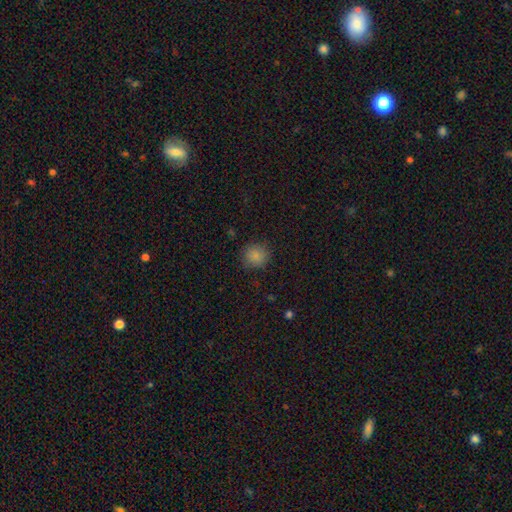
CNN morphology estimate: smooth_or_featured: smooth (p=0.84) [alt: star or artifact p=0.11]
how_rounded: round (p=0.89) [alt: in between p=0.10]
merging: none (p=0.85) [alt: minor disturbance p=0.10]